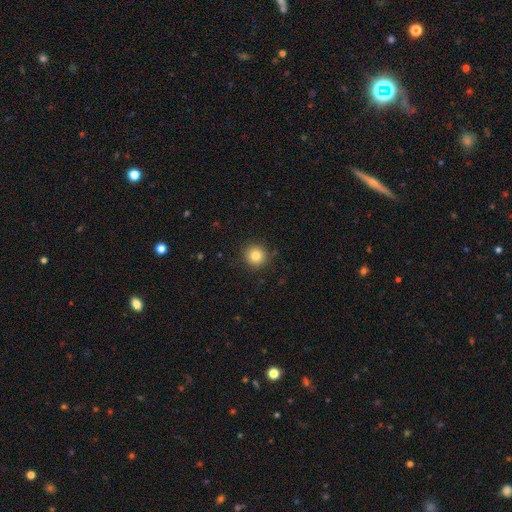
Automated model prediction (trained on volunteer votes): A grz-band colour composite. It shows a smooth galaxy with no disk features (83%) that is round (94%). Merging: none (90%).